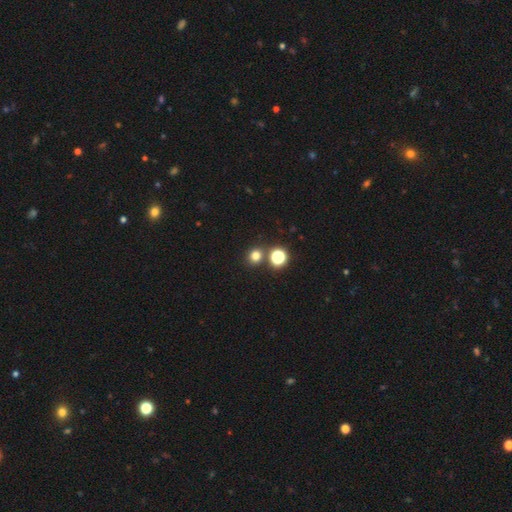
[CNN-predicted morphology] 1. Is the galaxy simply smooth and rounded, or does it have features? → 75% smooth, 20% star or artifact, 5% featured or disk.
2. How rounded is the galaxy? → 83% round, 16% in between, 1% cigar-shaped.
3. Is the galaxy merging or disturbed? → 80% none, 11% merger, 7% minor disturbance, 3% major disturbance.